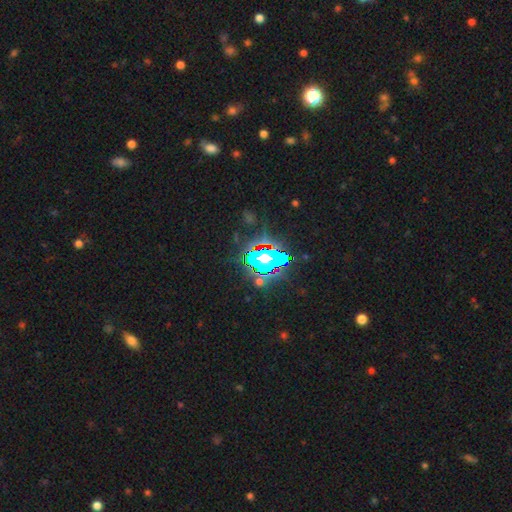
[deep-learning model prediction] star or artifact 80%, smooth 12%, featured or disk 8%.